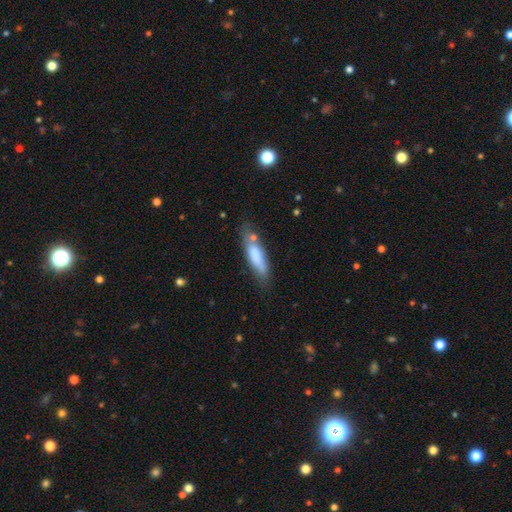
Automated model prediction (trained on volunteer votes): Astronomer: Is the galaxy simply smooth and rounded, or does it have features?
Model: smooth — 77%.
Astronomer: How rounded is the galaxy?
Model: cigar-shaped — 52% (runner-up: in between, 46%).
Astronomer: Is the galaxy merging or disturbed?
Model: none — 59%.